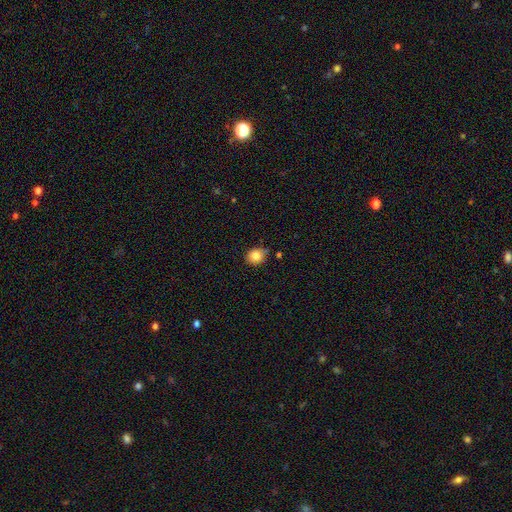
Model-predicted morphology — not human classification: smooth-or-featured: smooth: 84% | star or artifact: 9% | featured or disk: 6%
  how-rounded: round: 68% | in between: 31% | cigar-shaped: 1%
  merging: none: 73% | minor disturbance: 20% | merger: 4% | major disturbance: 3%